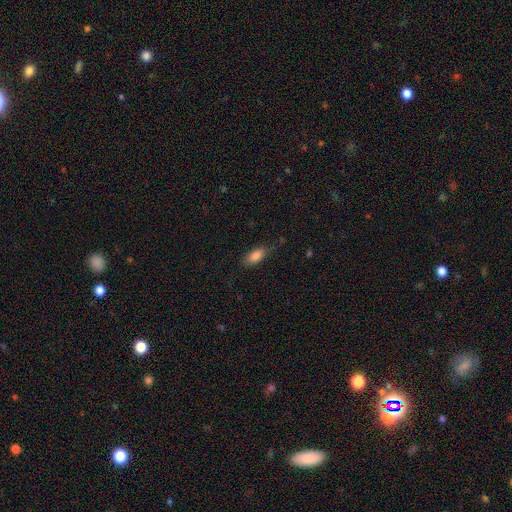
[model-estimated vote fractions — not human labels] This appears to be a smooth galaxy with no disk features (85%) that is in between round and cigar-shaped (84%). Merging: none (73%).